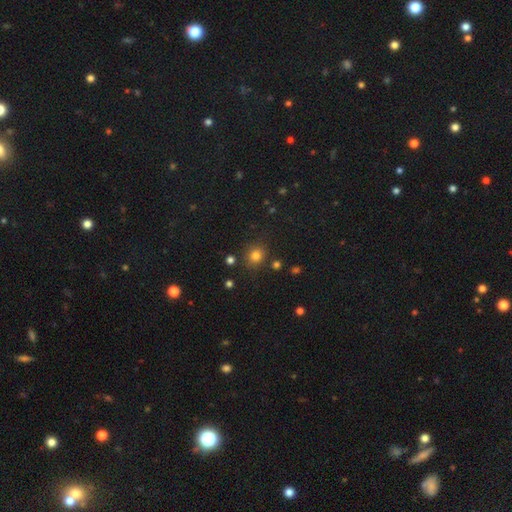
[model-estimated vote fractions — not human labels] smooth 79%, star or artifact 15%, featured or disk 6%. Down the decision tree: how rounded — round (79%); merging — none (83%).